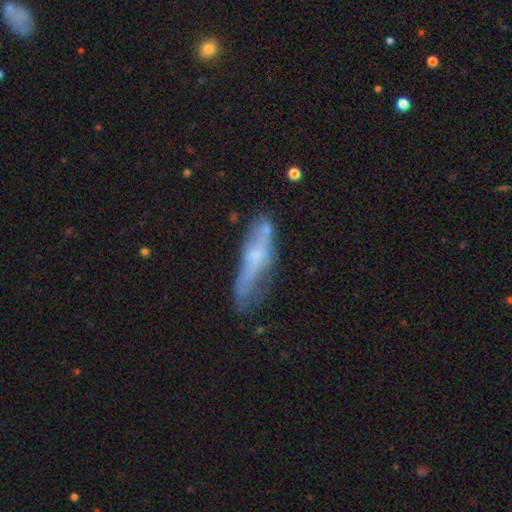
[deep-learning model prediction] Q: Smooth or featured?
A: featured or disk (48%); runner-up: smooth (43%)
Q: Merging?
A: none (48%); runner-up: minor disturbance (28%)